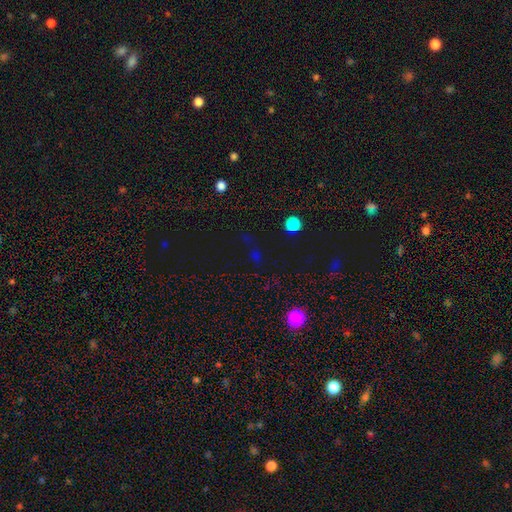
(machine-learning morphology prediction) Smooth or featured: star or artifact — 60% (smooth — 32%)